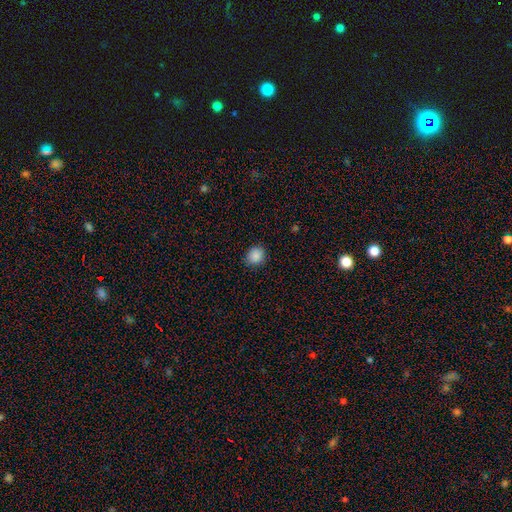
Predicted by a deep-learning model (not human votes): A smooth galaxy with no disk features (88%) that is round (81%).

Vote fractions:
- Smooth or featured? smooth: 88% / star or artifact: 9% / featured or disk: 3%
- How rounded? round: 81% / in between: 18% / cigar-shaped: 1%
- Merging? none: 88% / minor disturbance: 9% / major disturbance: 2% / merger: 1%